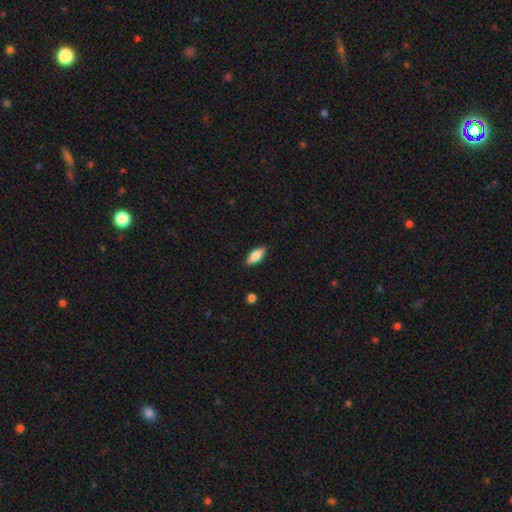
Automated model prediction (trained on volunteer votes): Smooth or featured? Predicted: smooth (p=0.77). How rounded? Predicted: in between (p=0.81). Merging? Predicted: none (p=0.87).